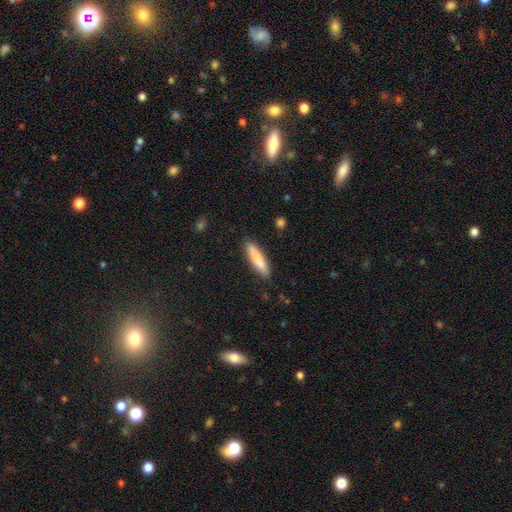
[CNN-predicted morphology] A smooth galaxy with no disk features (82%) that is cigar-shaped (84%).

Vote fractions:
- Smooth or featured? smooth: 82% / featured or disk: 12% / star or artifact: 6%
- How rounded? cigar-shaped: 84% / in between: 15% / round: 1%
- Merging? none: 89% / minor disturbance: 8% / major disturbance: 2% / merger: 1%